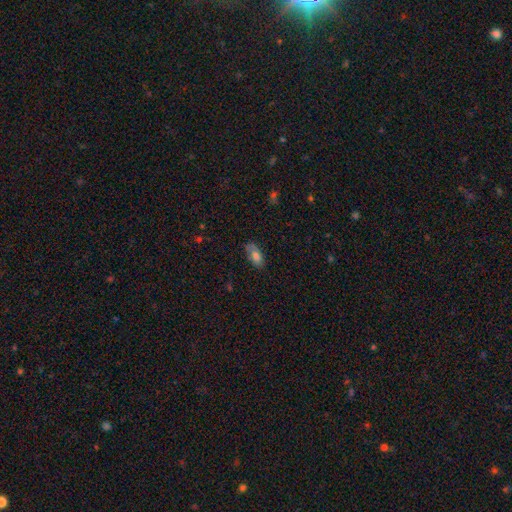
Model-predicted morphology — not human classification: A smooth galaxy with no disk features (76%) that is in between round and cigar-shaped (86%). Merging: none (63%).